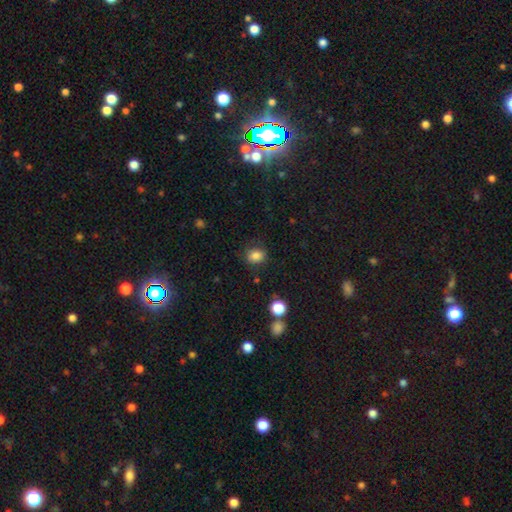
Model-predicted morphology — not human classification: Smooth or featured? smooth (83%)
How rounded? round (61%)
Merging? none (82%)